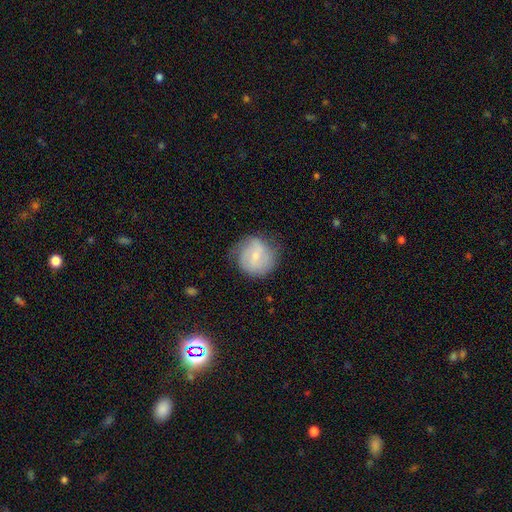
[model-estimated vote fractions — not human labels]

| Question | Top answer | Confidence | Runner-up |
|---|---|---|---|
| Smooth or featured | smooth | 51% | featured or disk (42%) |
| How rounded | round | 87% | in between (12%) |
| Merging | none | 62% | minor disturbance (26%) |